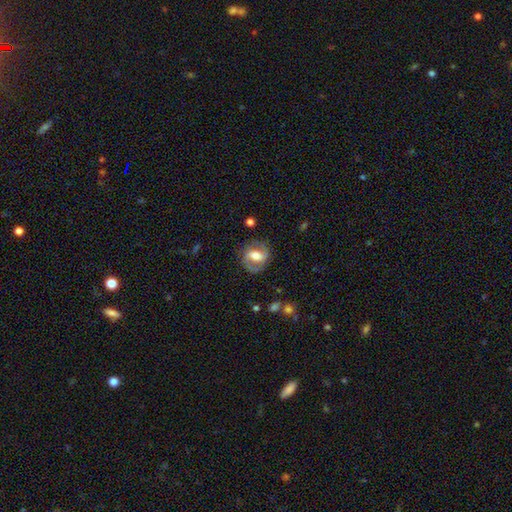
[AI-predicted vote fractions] A featured or disk galaxy (68%) with a weak bar (44%), 2 (87%) medium (50%) spiral arms (85%) and a moderate central bulge (57%).

Vote fractions:
- Smooth or featured? featured or disk: 68% / smooth: 25% / star or artifact: 7%
- Edge-on disk? no: 96% / yes: 4%
- Bar? weak: 44% / strong: 34% / no: 22%
- Spiral arms? yes: 85% / no: 15%
- Spiral winding? medium: 50% / tight: 26% / loose: 24%
- Spiral arm count? 2: 87% / can't tell: 6% / 1: 5% / 3: 1% / 4: 1% / more than 4: 1%
- Bulge size? moderate: 57% / large: 27% / small: 12% / dominant: 2% / none: 2%
- Merging? none: 78% / minor disturbance: 14% / major disturbance: 7% / merger: 1%